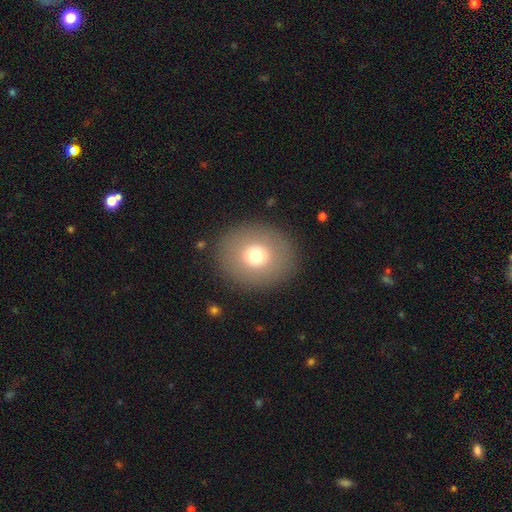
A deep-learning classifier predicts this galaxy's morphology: Smooth or featured? Predicted: smooth (p=0.71). How rounded? Predicted: round (p=0.80). Merging? Predicted: none (p=0.89).